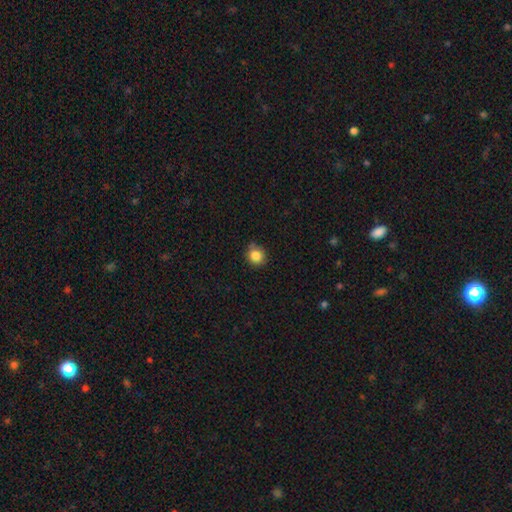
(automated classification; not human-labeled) Smooth or featured: smooth — 84% (star or artifact — 11%)
How rounded: round — 85% (in between — 14%)
Merging: none — 77% (minor disturbance — 17%)